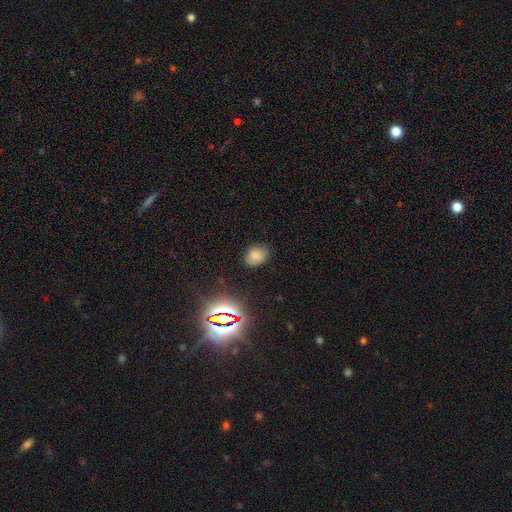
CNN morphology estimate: Q: Smooth or featured?
A: smooth (74%); runner-up: star or artifact (19%)
Q: How rounded?
A: in between (63%); runner-up: round (36%)
Q: Merging?
A: none (76%); runner-up: minor disturbance (18%)